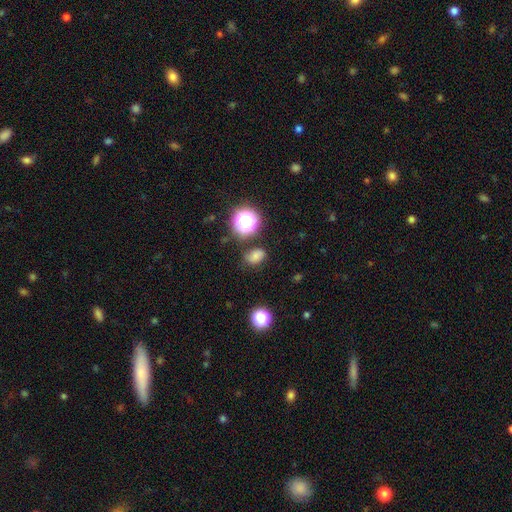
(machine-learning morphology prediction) This is likely a smooth galaxy (71%). How rounded: likely in between (66%). Merging: likely none (71%).